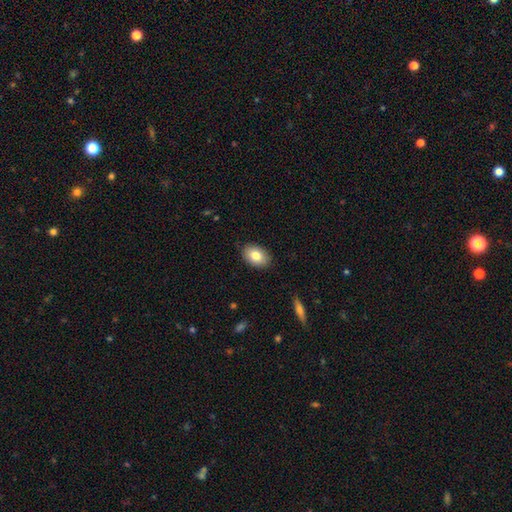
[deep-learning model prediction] Smooth or featured?
  - smooth: 81% *
  - featured or disk: 11%
  - star or artifact: 7%
How rounded?
  - in between: 86% *
  - round: 13%
  - cigar-shaped: 1%
Merging?
  - none: 87% *
  - minor disturbance: 10%
  - major disturbance: 2%
  - merger: 1%